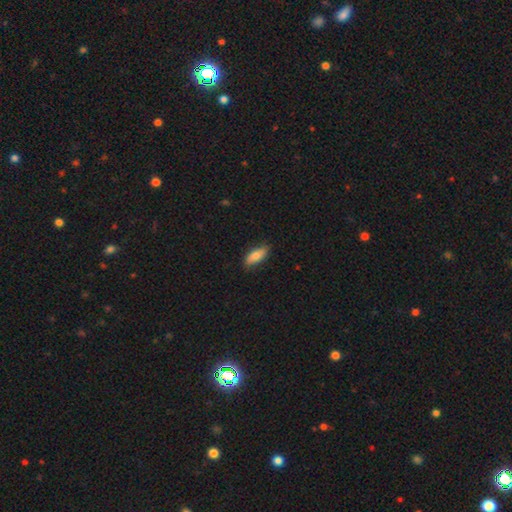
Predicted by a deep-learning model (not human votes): Overall: smooth (78%). How rounded: in between (77%). Merging: none (83%).